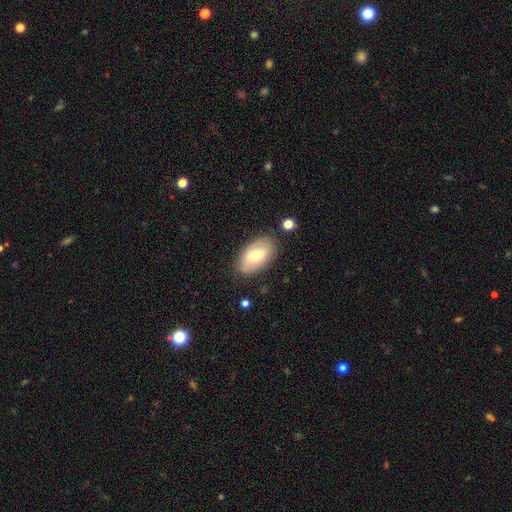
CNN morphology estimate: Overall: smooth (60%; featured or disk 33%). How rounded: in between (93%). Merging: none (82%).